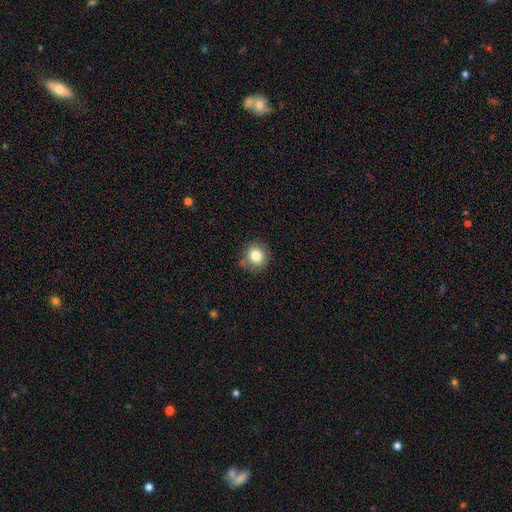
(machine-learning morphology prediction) smooth-or-featured: smooth: 82% | star or artifact: 11% | featured or disk: 8%
  how-rounded: round: 77% | in between: 22% | cigar-shaped: 1%
  merging: none: 77% | minor disturbance: 17% | major disturbance: 4% | merger: 3%